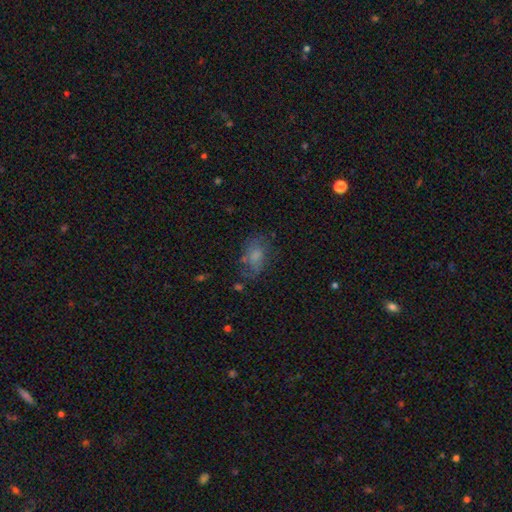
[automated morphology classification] This is possibly a smooth galaxy (57%). How rounded: clearly in between (83%). Merging: possibly none (51%).